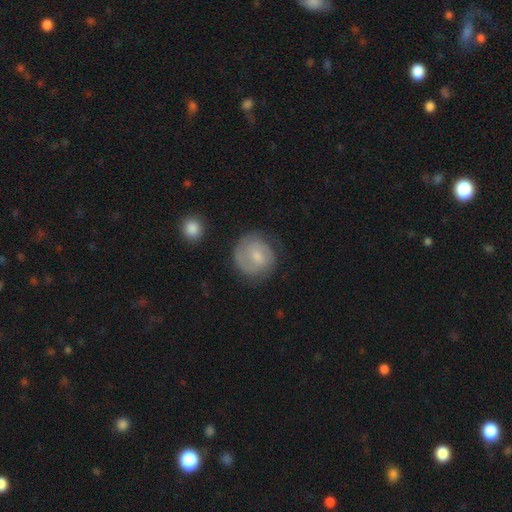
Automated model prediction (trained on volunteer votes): smooth-or-featured: featured or disk: 60% | smooth: 33% | star or artifact: 7%
  disk-edge-on: no: 98% | yes: 2%
    bar: weak: 61% | no: 26% | strong: 13%
    has-spiral-arms: yes: 89% | no: 11%
      spiral-winding: tight: 43% | medium: 42% | loose: 15%
      spiral-arm-count: 2: 69% | can't tell: 16% | 1: 9% | 3: 4% | 4: 1% | more than 4: 1%
    bulge-size: small: 45% | moderate: 36% | none: 14% | large: 4% | dominant: 1%
  merging: none: 76% | minor disturbance: 16% | major disturbance: 7% | merger: 2%